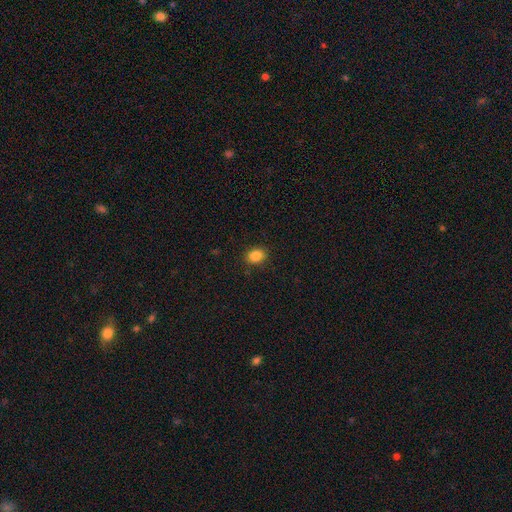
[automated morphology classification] This appears to be a smooth galaxy with no disk features (86%) that is in between round and cigar-shaped (56%). Merging: none (87%).